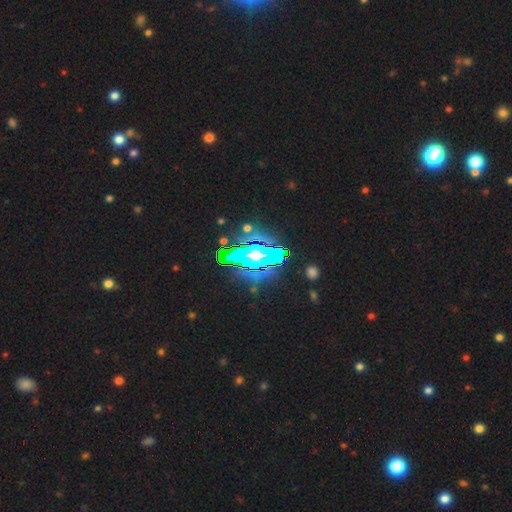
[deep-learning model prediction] Smooth or featured? star or artifact (61%)